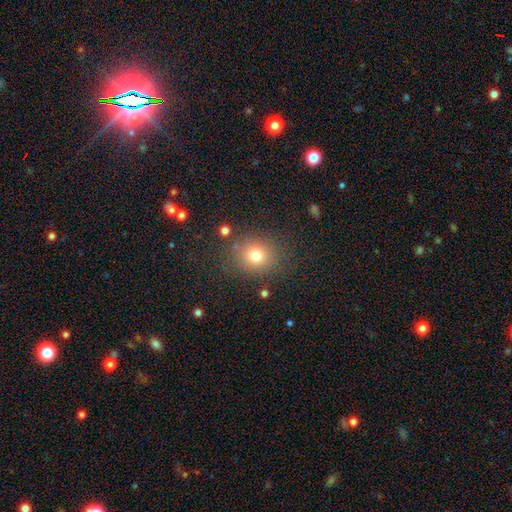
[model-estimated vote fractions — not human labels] Smooth or featured? smooth (76%)
How rounded? round (76%)
Merging? none (82%)